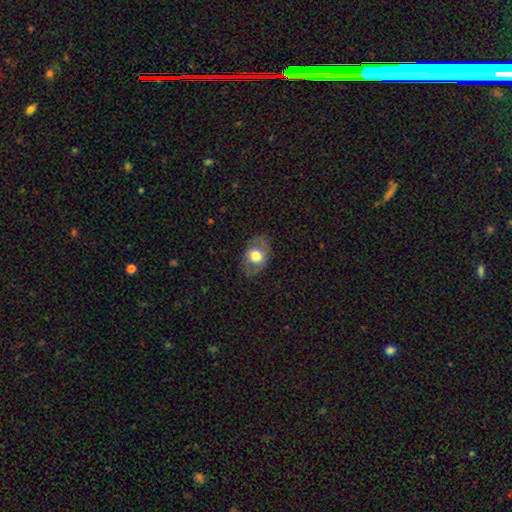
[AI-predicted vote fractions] Smooth or featured?
  - smooth: 61% *
  - featured or disk: 31%
  - star or artifact: 7%
How rounded?
  - in between: 73% *
  - round: 26%
  - cigar-shaped: 1%
Merging?
  - none: 77% *
  - minor disturbance: 16%
  - major disturbance: 7%
  - merger: 1%